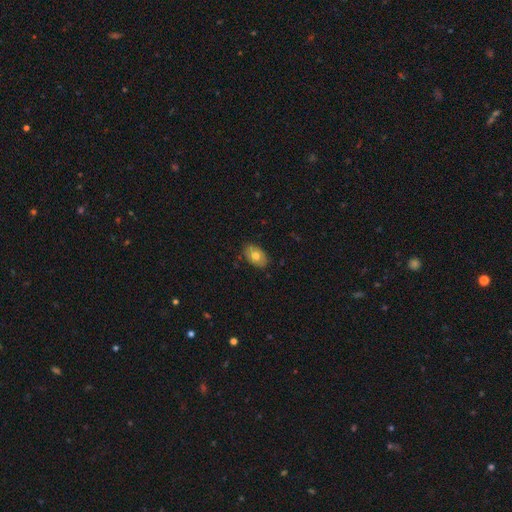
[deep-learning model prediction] This appears to be a smooth galaxy with no disk features (69%) that is in between round and cigar-shaped (89%). Merging: none (84%).